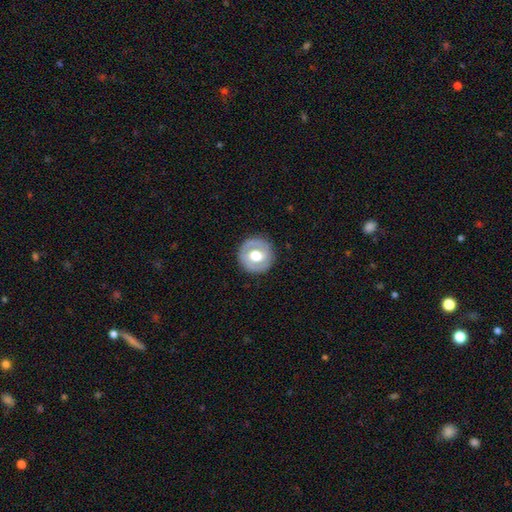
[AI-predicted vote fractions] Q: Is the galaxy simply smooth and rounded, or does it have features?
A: featured or disk — 55%.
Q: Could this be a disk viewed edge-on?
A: no — 96%.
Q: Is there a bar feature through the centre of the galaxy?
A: no — 61%.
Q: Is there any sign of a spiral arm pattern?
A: no — 59%.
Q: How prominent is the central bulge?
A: moderate — 55%.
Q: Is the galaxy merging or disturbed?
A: none — 86%.